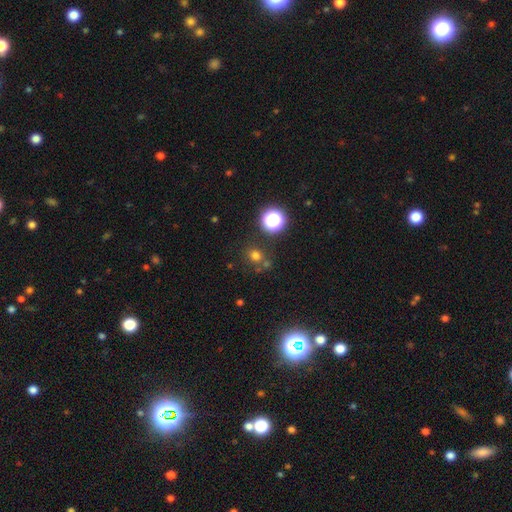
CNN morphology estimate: This is likely a smooth galaxy (69%). How rounded: clearly round (85%). Merging: likely none (73%).